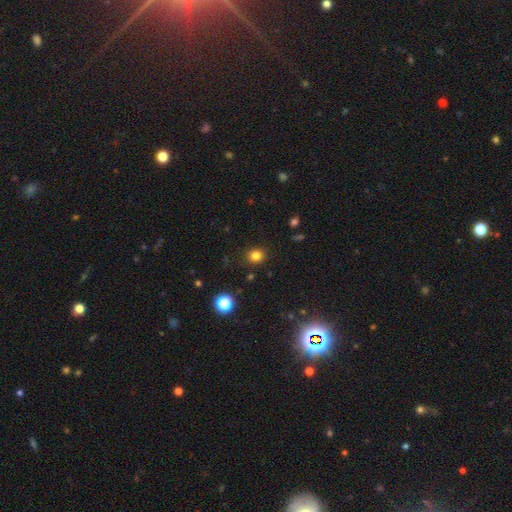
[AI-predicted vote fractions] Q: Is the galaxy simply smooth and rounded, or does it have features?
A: smooth — 81%.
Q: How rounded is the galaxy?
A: round — 81%.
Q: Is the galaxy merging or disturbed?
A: none — 89%.